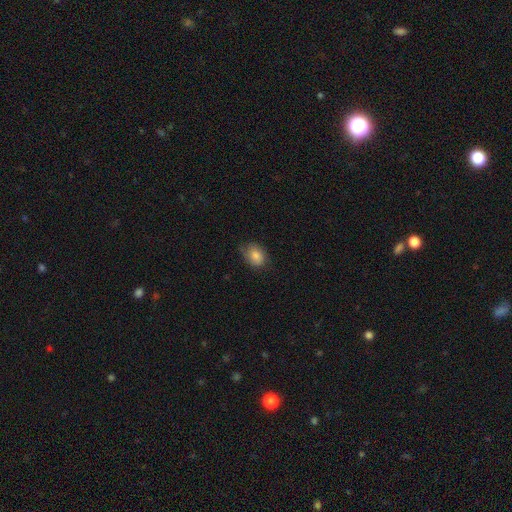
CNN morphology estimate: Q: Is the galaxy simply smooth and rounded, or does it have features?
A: smooth — 75%.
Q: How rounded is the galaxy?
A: in between — 69%.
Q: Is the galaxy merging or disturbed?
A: none — 62%.